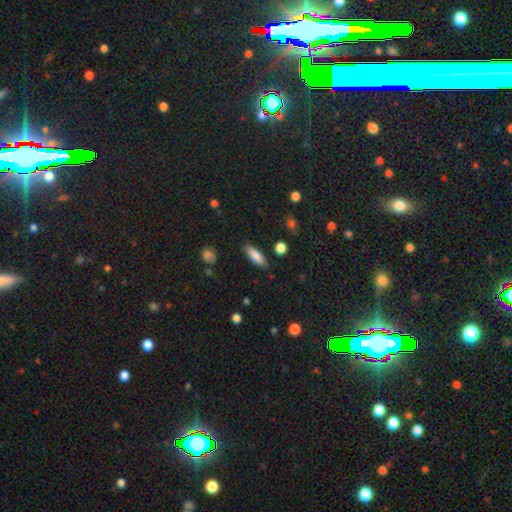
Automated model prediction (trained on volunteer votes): This is clearly a smooth galaxy (81%). How rounded: possibly in between (57%). Merging: clearly none (85%).